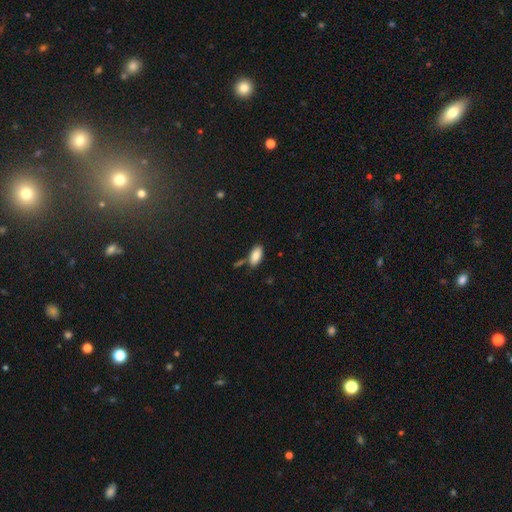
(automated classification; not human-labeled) Smooth or featured?
  - smooth: 87% *
  - star or artifact: 7%
  - featured or disk: 6%
How rounded?
  - in between: 91% *
  - cigar-shaped: 7%
  - round: 2%
Merging?
  - none: 73% *
  - minor disturbance: 14%
  - merger: 9%
  - major disturbance: 3%